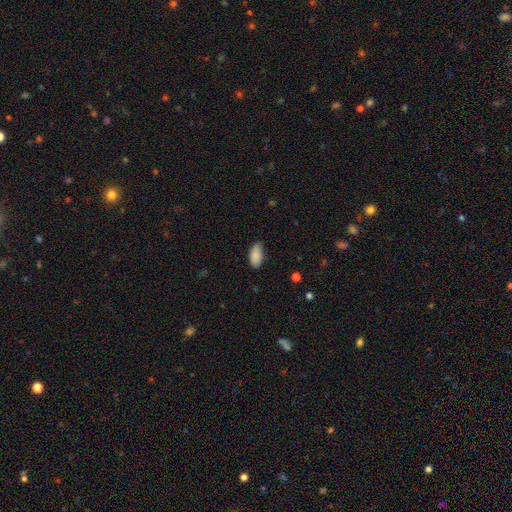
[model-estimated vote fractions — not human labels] Morphology: type=smooth (89%); roundness=in between (93%); merging=none (74%).